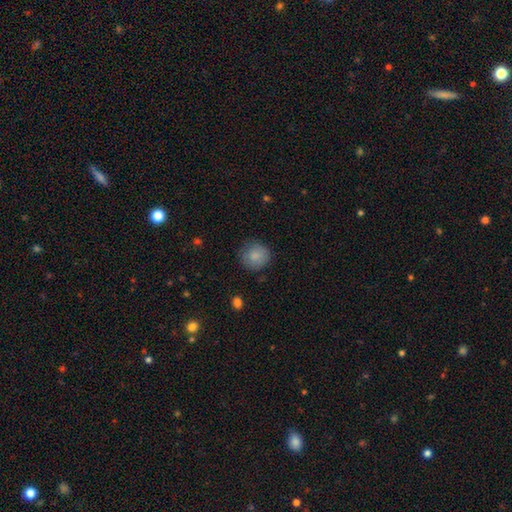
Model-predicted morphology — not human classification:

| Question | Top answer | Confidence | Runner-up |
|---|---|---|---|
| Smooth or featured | smooth | 85% | star or artifact (8%) |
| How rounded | round | 92% | in between (7%) |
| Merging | none | 82% | minor disturbance (14%) |